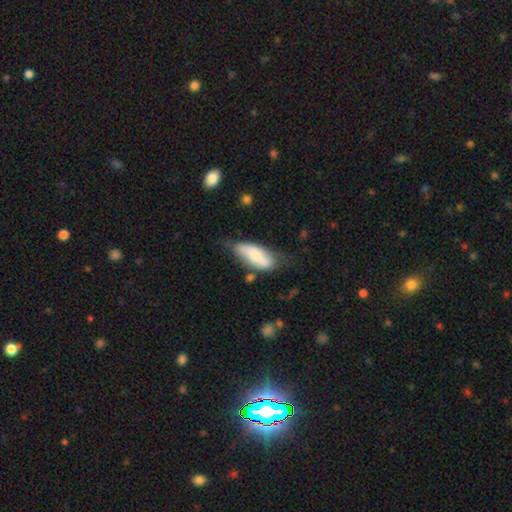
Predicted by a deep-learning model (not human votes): A smooth galaxy with no disk features (69%) that is in between round and cigar-shaped (76%). Merging: none (52%).